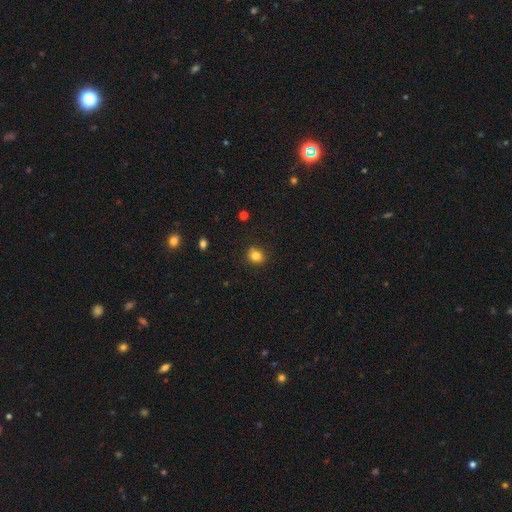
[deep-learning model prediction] Smooth or featured? Predicted: smooth (p=0.82). How rounded? Predicted: round (p=0.71). Merging? Predicted: none (p=0.84).